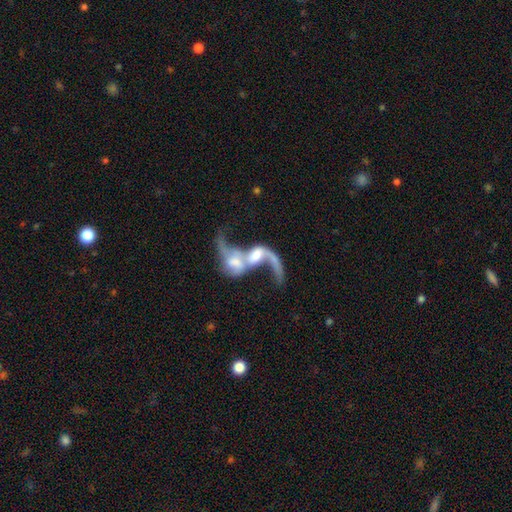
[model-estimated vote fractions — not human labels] A featured or disk galaxy (76%) with no bar (59%), 2 (63%) loose (86%) spiral arms (80%) and a moderate central bulge (42%). Merging: merger (74%).